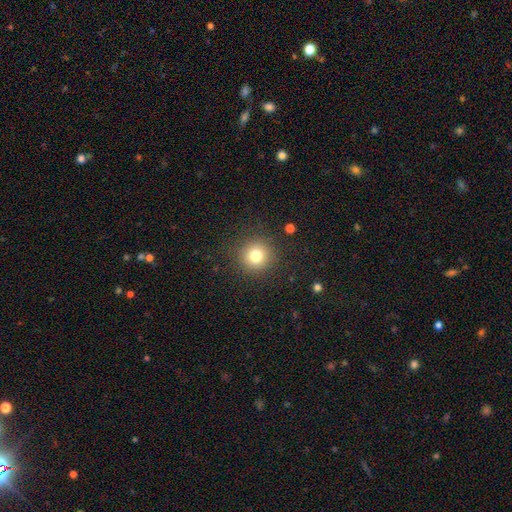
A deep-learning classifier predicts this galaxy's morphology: A smooth galaxy with no disk features (78%) that is round (95%). Merging: none (89%).